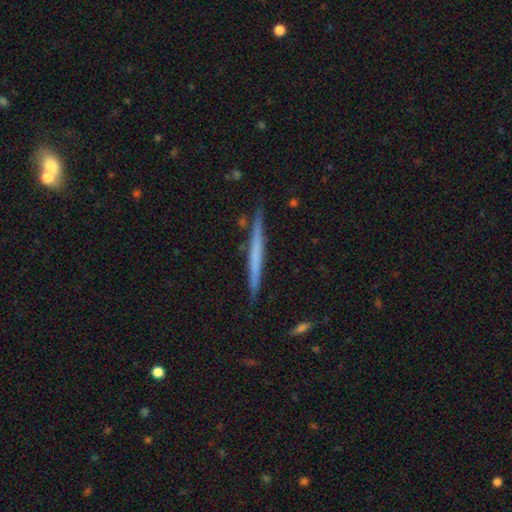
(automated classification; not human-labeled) Smooth or featured? featured or disk (54%)
Edge-on disk? yes (97%)
Edge-on bulge? none (88%)
Merging? none (89%)